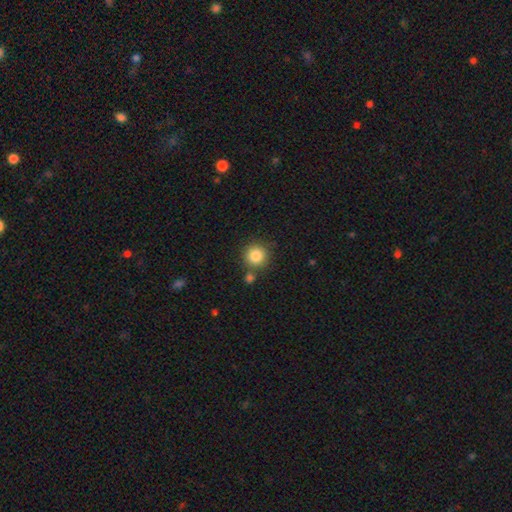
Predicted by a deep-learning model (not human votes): Q: Smooth or featured?
A: smooth (85%); runner-up: star or artifact (10%)
Q: How rounded?
A: round (93%); runner-up: in between (6%)
Q: Merging?
A: none (76%); runner-up: merger (12%)